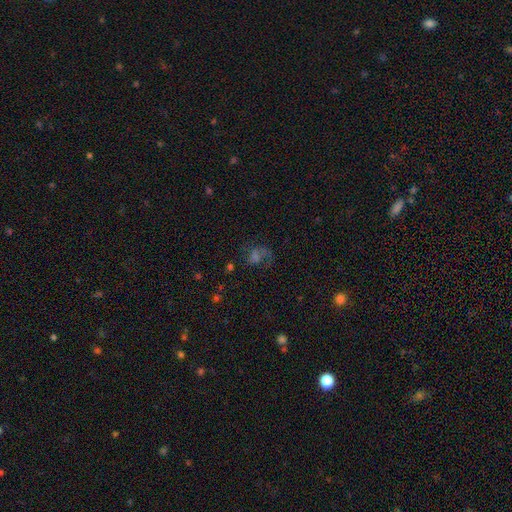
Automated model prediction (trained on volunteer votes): The model was most divided on "smooth or featured": featured or disk: 42%, star or artifact: 30%, smooth: 28%. Remaining: merging — none (47%).